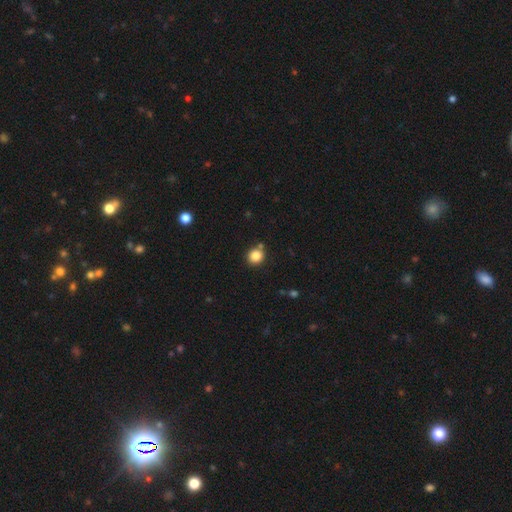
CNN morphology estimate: type=smooth (85%); roundness=round (86%); merging=none (78%).